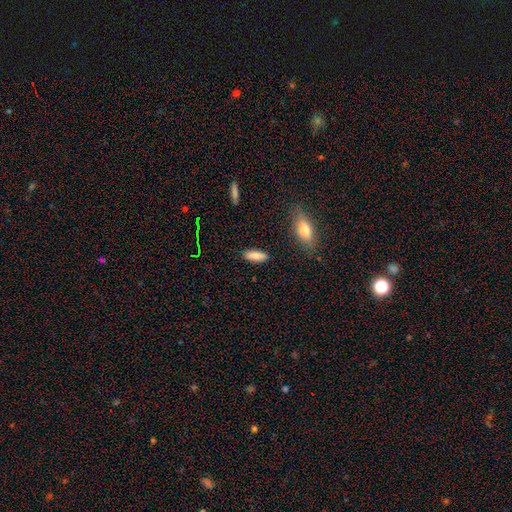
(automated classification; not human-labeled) A smooth galaxy with no disk features (84%) that is in between round and cigar-shaped (61%).

Vote fractions:
- Smooth or featured? smooth: 84% / featured or disk: 10% / star or artifact: 7%
- How rounded? in between: 61% / cigar-shaped: 37% / round: 2%
- Merging? none: 87% / minor disturbance: 9% / major disturbance: 2% / merger: 2%